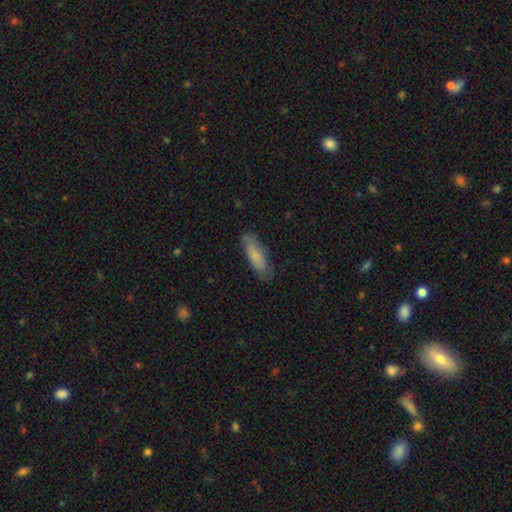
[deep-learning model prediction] Smooth or featured: smooth — 77% (featured or disk — 17%)
How rounded: cigar-shaped — 54% (in between — 45%)
Merging: none — 80% (minor disturbance — 16%)